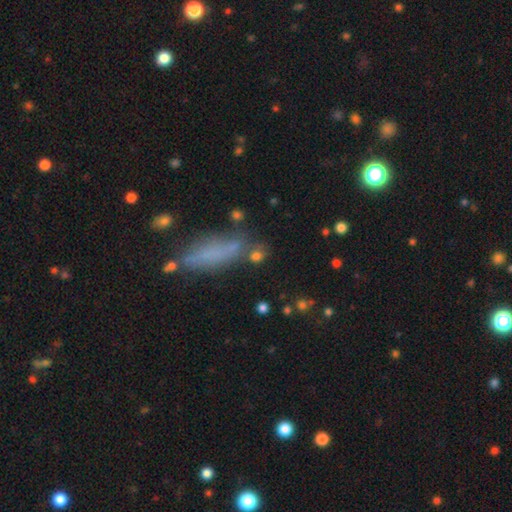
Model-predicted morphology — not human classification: Q: Smooth or featured?
A: smooth (65%); runner-up: star or artifact (18%)
Q: How rounded?
A: cigar-shaped (41%); runner-up: in between (39%)
Q: Merging?
A: none (68%); runner-up: minor disturbance (16%)